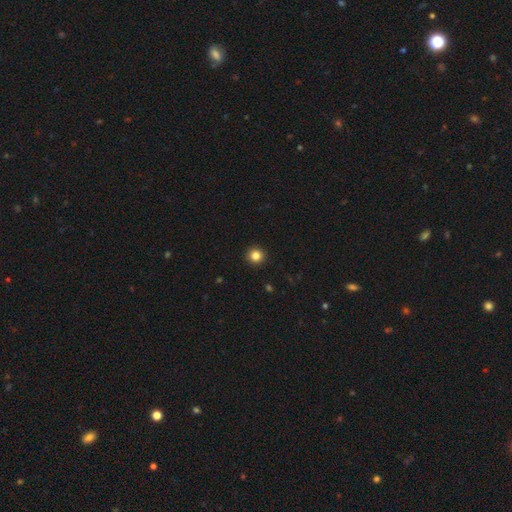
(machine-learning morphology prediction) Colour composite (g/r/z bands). It shows a smooth galaxy with no disk features (85%) that is round (95%). Merging: none (94%).